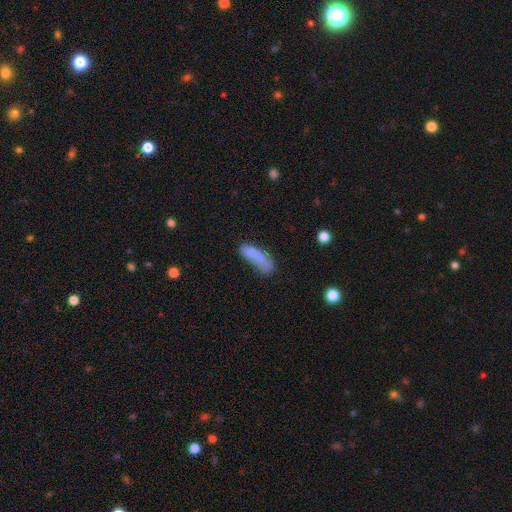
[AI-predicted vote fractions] smooth-or-featured: smooth: 69% | featured or disk: 22% | star or artifact: 9%
  how-rounded: cigar-shaped: 49% | in between: 47% | round: 3%
  merging: none: 36% | merger: 31% | minor disturbance: 21% | major disturbance: 13%